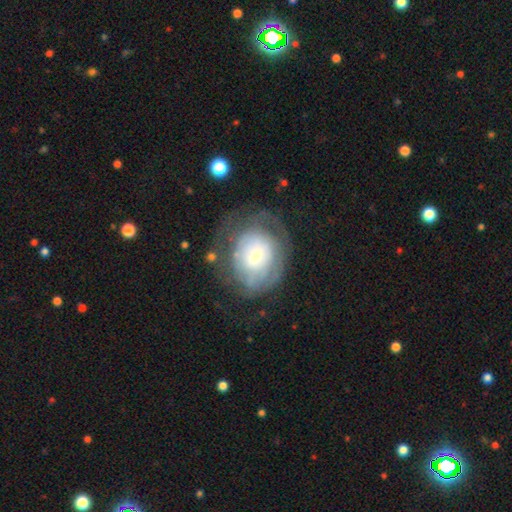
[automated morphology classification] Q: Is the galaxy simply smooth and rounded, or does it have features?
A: featured or disk — 58%.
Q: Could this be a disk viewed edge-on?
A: no — 96%.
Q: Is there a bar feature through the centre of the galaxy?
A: no — 69%.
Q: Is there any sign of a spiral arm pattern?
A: yes — 59%.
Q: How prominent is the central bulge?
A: small — 49%.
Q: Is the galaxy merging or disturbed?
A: none — 56%.